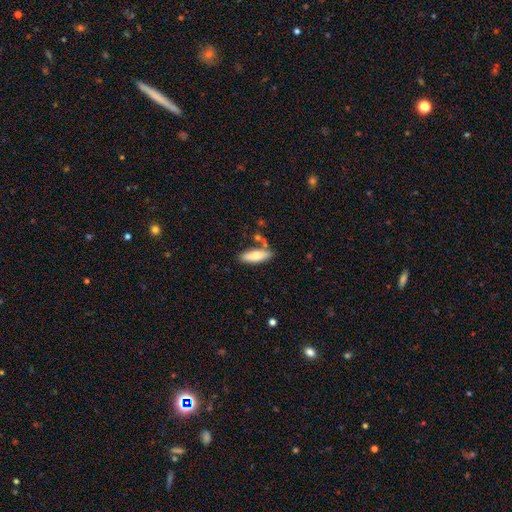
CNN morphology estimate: Overall: smooth (75%). How rounded: in between (54%; cigar-shaped 44%). Merging: none (76%).